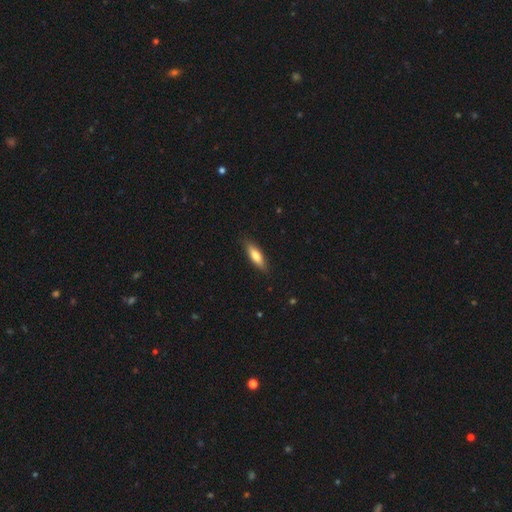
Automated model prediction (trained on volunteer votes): Overall: smooth (73%). How rounded: cigar-shaped (54%; in between 45%). Merging: none (85%).